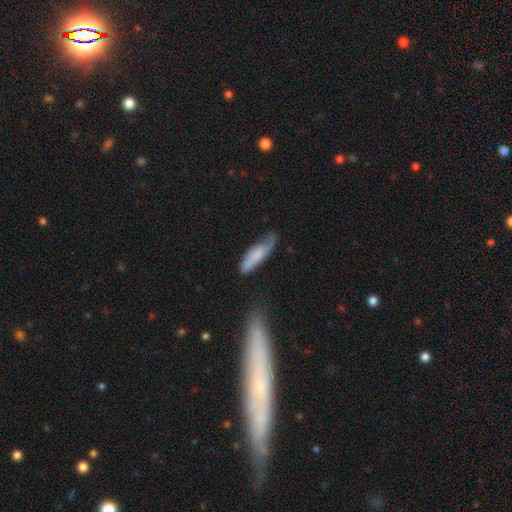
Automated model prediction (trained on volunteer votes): This appears to be a smooth galaxy with no disk features (63%) that is cigar-shaped (51%). Merging: none (42%).